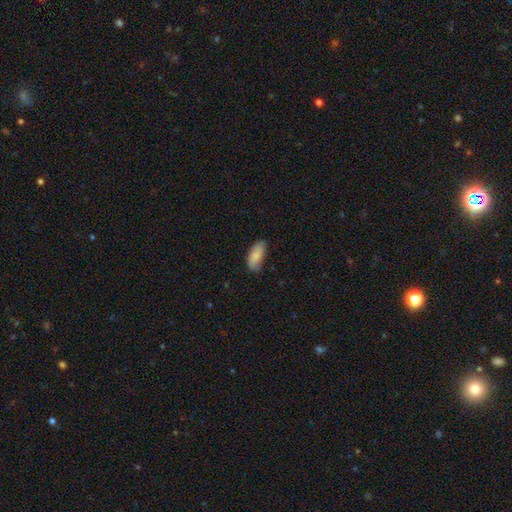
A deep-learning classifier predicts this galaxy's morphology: Q: Smooth or featured?
A: smooth (84%); runner-up: featured or disk (10%)
Q: How rounded?
A: in between (89%); runner-up: cigar-shaped (9%)
Q: Merging?
A: none (69%); runner-up: minor disturbance (26%)